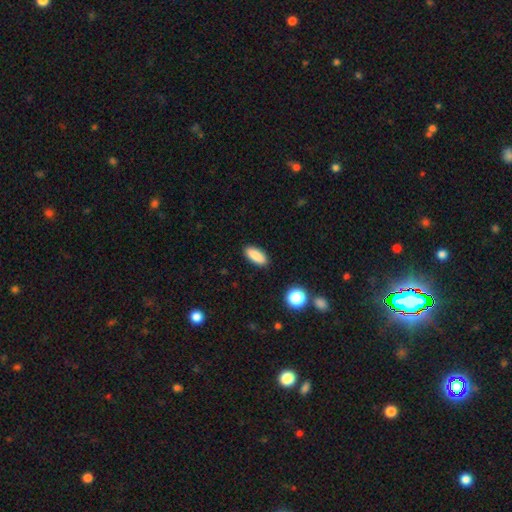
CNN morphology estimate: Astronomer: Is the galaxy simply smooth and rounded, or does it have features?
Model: smooth — 87%.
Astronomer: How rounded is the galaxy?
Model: in between — 80%.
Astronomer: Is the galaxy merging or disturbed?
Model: none — 89%.